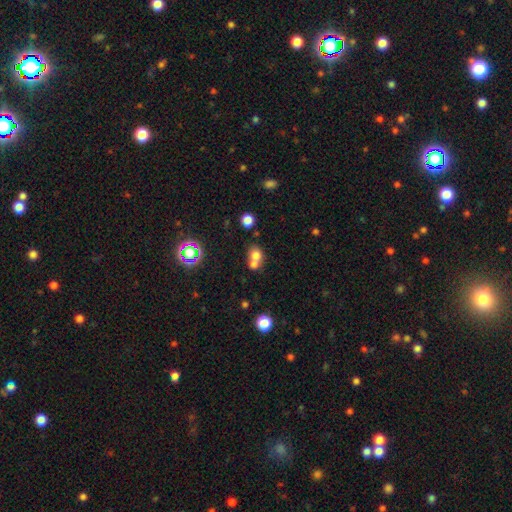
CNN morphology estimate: Q: Smooth or featured?
A: smooth (72%); runner-up: star or artifact (15%)
Q: How rounded?
A: round (66%); runner-up: in between (33%)
Q: Merging?
A: merger (56%); runner-up: none (35%)